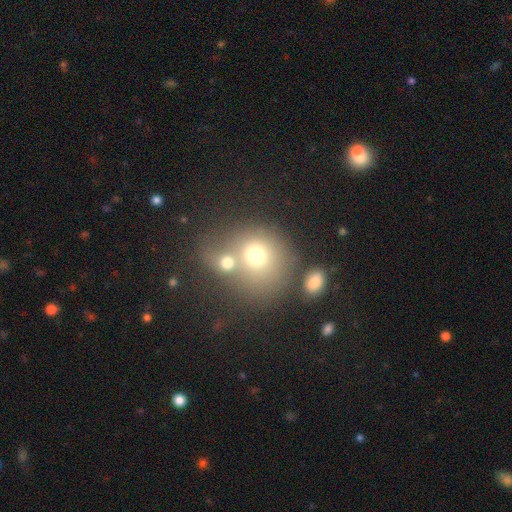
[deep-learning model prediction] Q: Smooth or featured?
A: smooth (69%); runner-up: featured or disk (18%)
Q: How rounded?
A: round (79%); runner-up: in between (20%)
Q: Merging?
A: merger (48%); runner-up: none (36%)